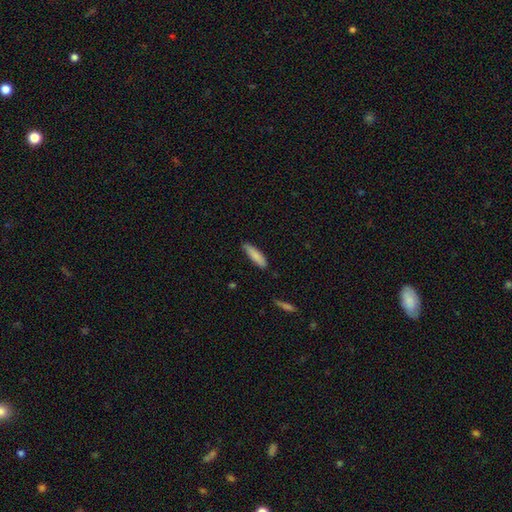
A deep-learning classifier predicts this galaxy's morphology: A smooth galaxy with no disk features (85%) that is cigar-shaped (71%).

Vote fractions:
- Smooth or featured? smooth: 85% / featured or disk: 9% / star or artifact: 6%
- How rounded? cigar-shaped: 71% / in between: 28% / round: 1%
- Merging? none: 82% / minor disturbance: 14% / major disturbance: 2% / merger: 2%